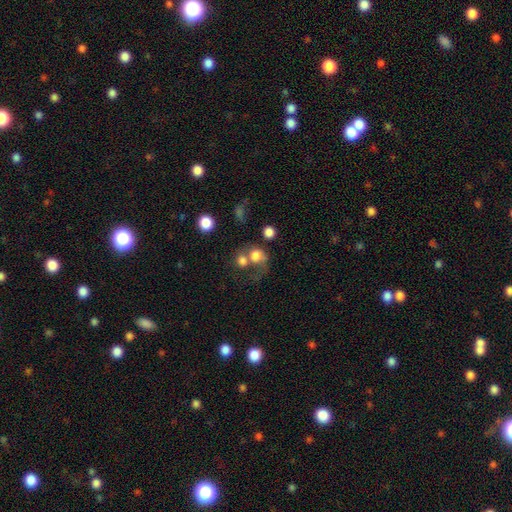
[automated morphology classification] Smooth or featured? smooth (68%)
How rounded? round (71%)
Merging? merger (52%)